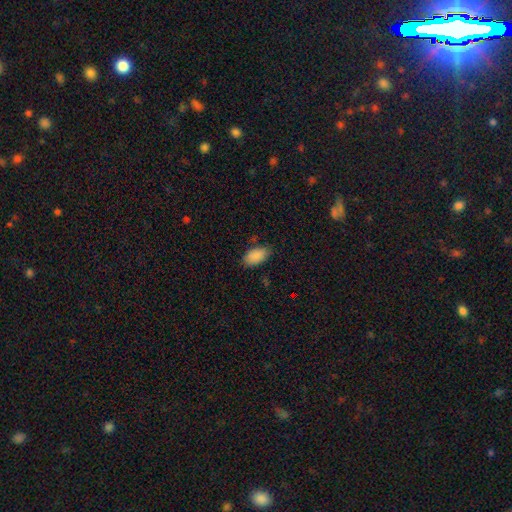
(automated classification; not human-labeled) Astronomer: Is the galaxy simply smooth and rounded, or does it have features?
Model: smooth — 89%.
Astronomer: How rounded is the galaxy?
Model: in between — 94%.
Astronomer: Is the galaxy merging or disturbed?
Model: none — 79%.